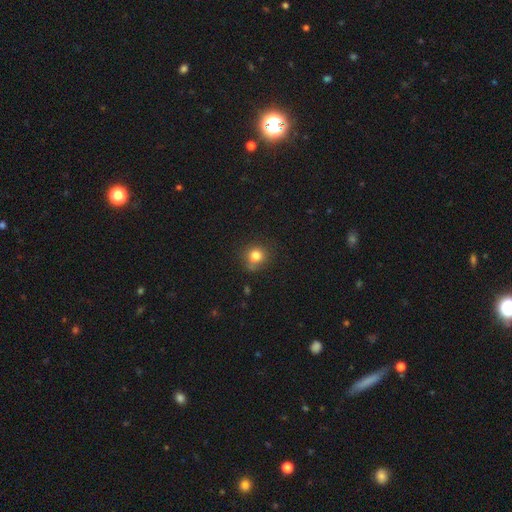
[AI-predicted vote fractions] Overall: smooth (81%). How rounded: round (83%). Merging: none (68%).